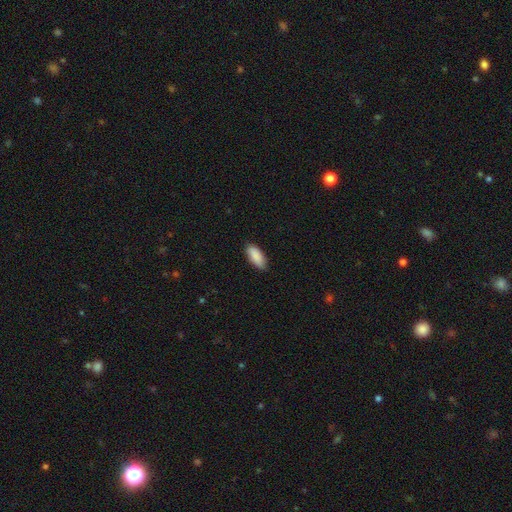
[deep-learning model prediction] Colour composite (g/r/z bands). It shows a smooth galaxy with no disk features (90%) that is in between round and cigar-shaped (84%). Merging: none (83%).